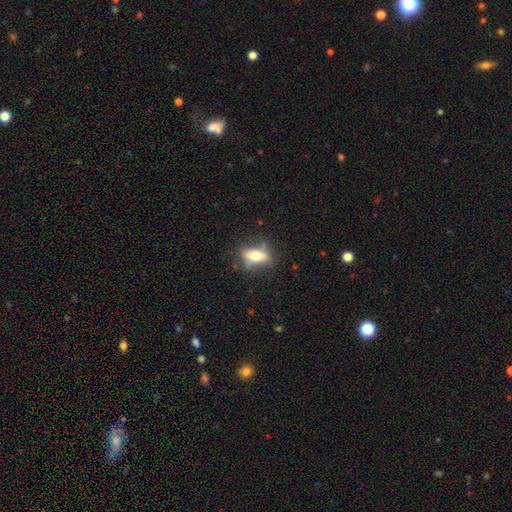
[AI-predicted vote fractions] This appears to be a smooth galaxy with no disk features (52%) that is in between round and cigar-shaped (72%). Merging: none (64%).